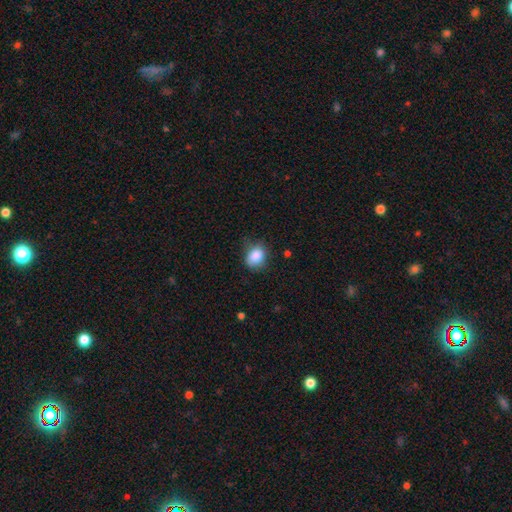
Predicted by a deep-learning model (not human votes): Smooth or featured: smooth — 86% (star or artifact — 8%)
How rounded: in between — 51% (round — 48%)
Merging: none — 67% (minor disturbance — 26%)